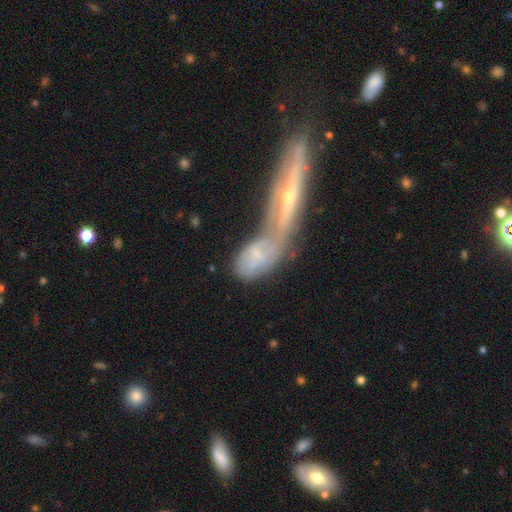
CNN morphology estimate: smooth-or-featured: featured or disk: 50% | smooth: 43% | star or artifact: 8%
  merging: merger: 62% | none: 18% | minor disturbance: 11% | major disturbance: 9%